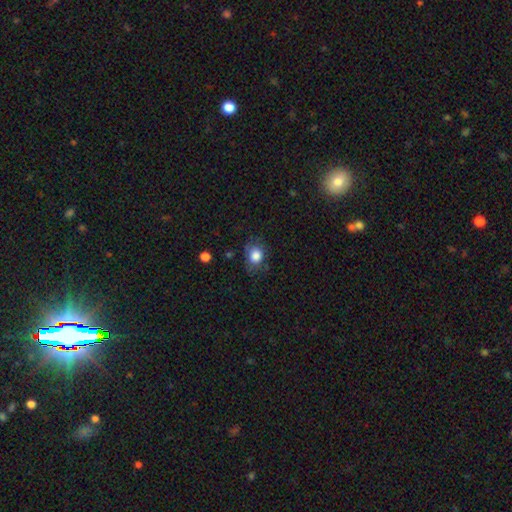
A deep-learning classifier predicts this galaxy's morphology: This is clearly a smooth galaxy (83%). How rounded: likely round (63%). Merging: likely none (66%).